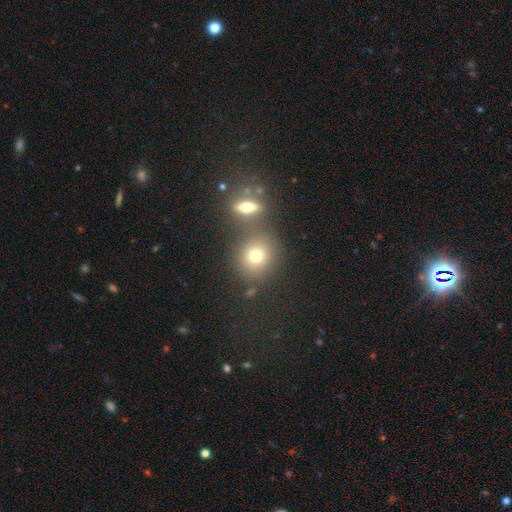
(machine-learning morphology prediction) This appears to be a smooth galaxy with no disk features (71%) that is round (77%). Merging: none (61%).